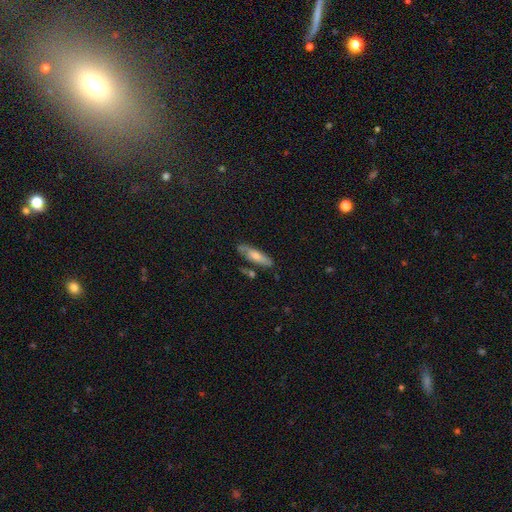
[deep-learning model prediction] Overall: smooth (54%; featured or disk 38%). How rounded: cigar-shaped (60%; in between 38%). Merging: none (72%).